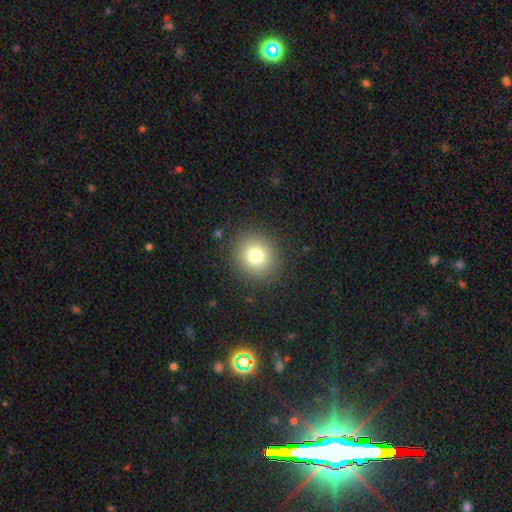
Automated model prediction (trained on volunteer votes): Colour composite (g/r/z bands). It shows a smooth galaxy with no disk features (77%) that is round (85%). Merging: none (89%).